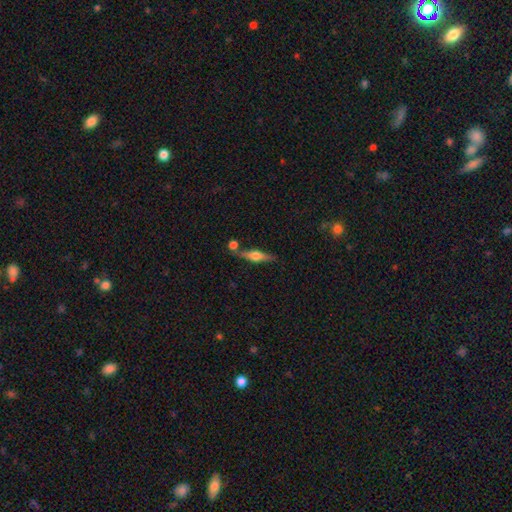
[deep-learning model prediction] Overall: featured or disk (68%). Edge-on disk: yes (96%). Edge-on bulge: rounded (92%). Merging: none (73%).